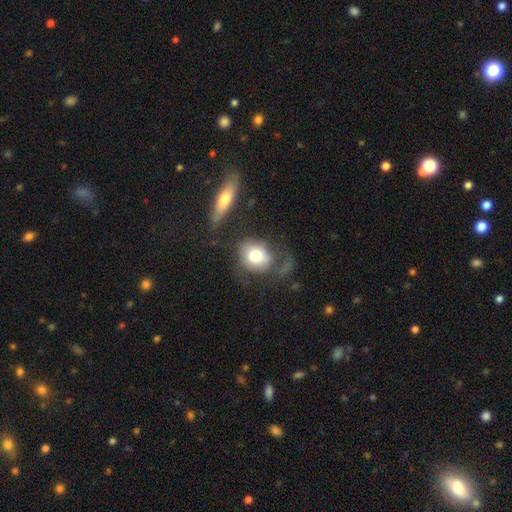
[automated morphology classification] A smooth galaxy with no disk features (71%) that is round (56%). Merging: none (41%).